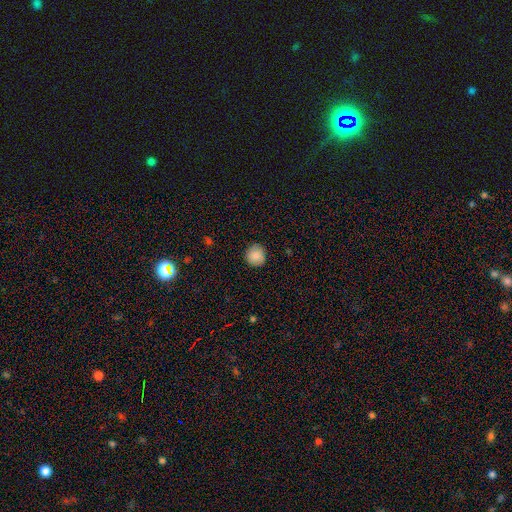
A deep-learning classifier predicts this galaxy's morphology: A smooth galaxy with no disk features (87%) that is round (91%).

Vote fractions:
- Smooth or featured? smooth: 87% / star or artifact: 8% / featured or disk: 4%
- How rounded? round: 91% / in between: 8% / cigar-shaped: 1%
- Merging? none: 89% / minor disturbance: 8% / major disturbance: 2% / merger: 1%